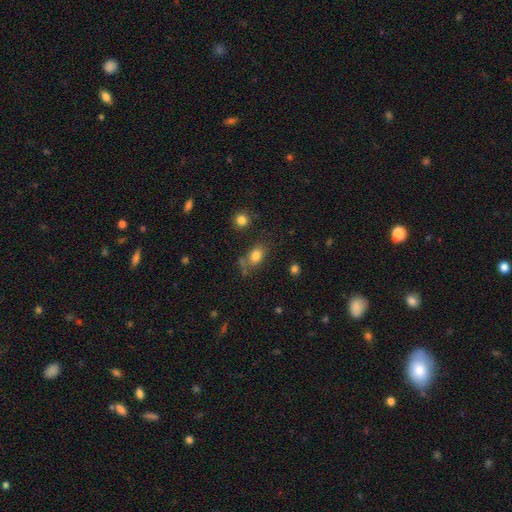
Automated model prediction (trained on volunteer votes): Smooth or featured? smooth (80%)
How rounded? in between (74%)
Merging? none (65%)